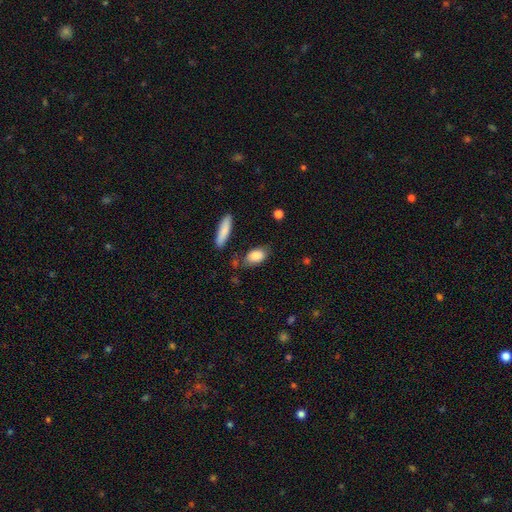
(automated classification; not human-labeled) Morphology: type=smooth (84%); roundness=in between (88%); merging=none (73%).